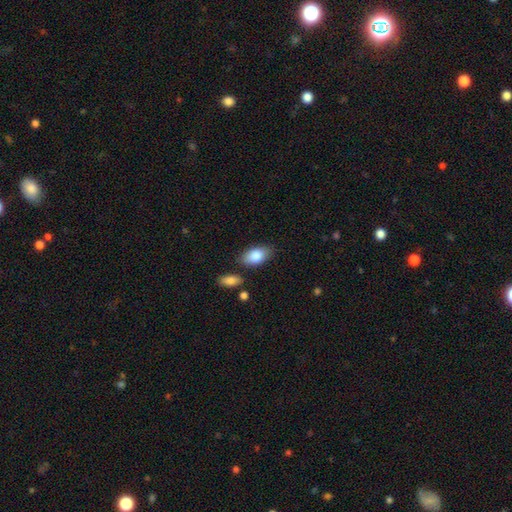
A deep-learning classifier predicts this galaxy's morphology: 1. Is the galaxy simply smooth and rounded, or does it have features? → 85% smooth, 8% featured or disk, 6% star or artifact.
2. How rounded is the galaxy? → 92% in between, 5% round, 2% cigar-shaped.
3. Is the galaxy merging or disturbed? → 80% none, 13% minor disturbance, 4% merger, 3% major disturbance.